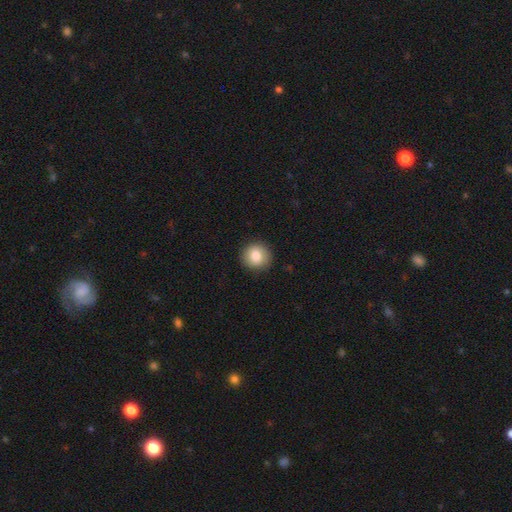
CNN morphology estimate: A smooth galaxy with no disk features (84%) that is round (90%).

Vote fractions:
- Smooth or featured? smooth: 84% / star or artifact: 8% / featured or disk: 8%
- How rounded? round: 90% / in between: 9% / cigar-shaped: 1%
- Merging? none: 89% / minor disturbance: 8% / major disturbance: 2% / merger: 1%